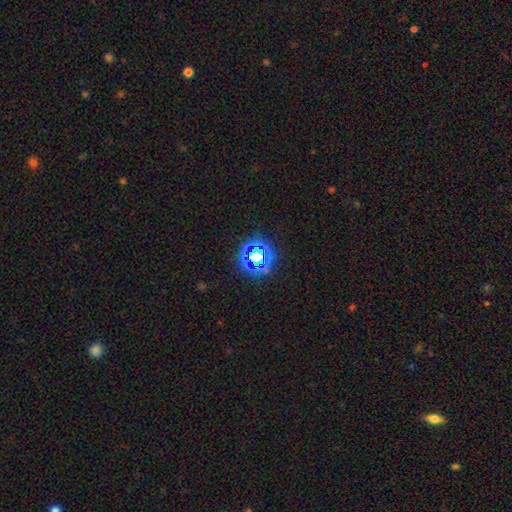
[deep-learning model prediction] Smooth or featured: star or artifact — 70% (smooth — 19%)